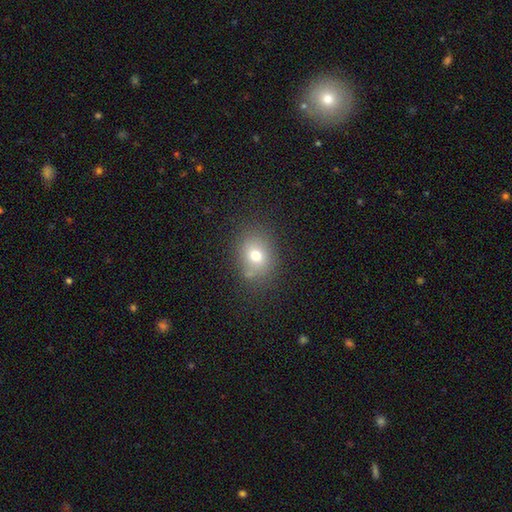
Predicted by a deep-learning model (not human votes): Smooth or featured: smooth — 72% (star or artifact — 15%)
How rounded: round — 53% (in between — 46%)
Merging: none — 76% (minor disturbance — 15%)